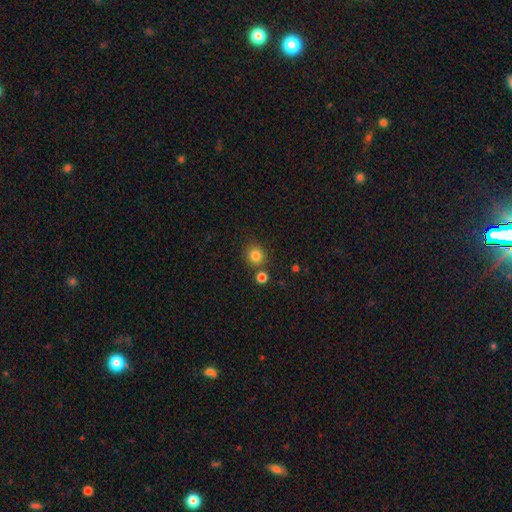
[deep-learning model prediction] Morphology: type=smooth (82%); roundness=round (87%); merging=none (78%).